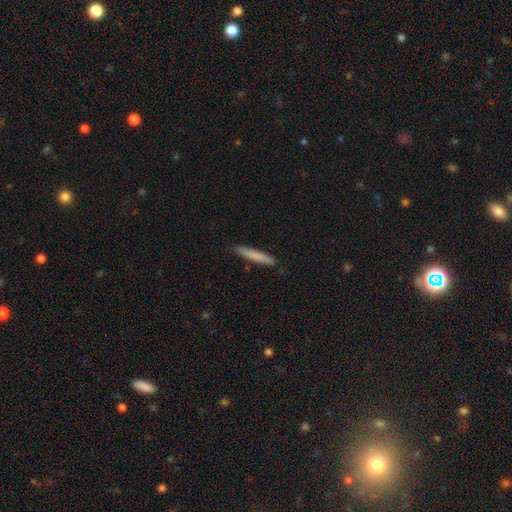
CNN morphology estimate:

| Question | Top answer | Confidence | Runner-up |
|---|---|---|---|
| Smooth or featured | smooth | 78% | featured or disk (16%) |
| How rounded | cigar-shaped | 95% | in between (4%) |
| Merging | none | 89% | minor disturbance (8%) |